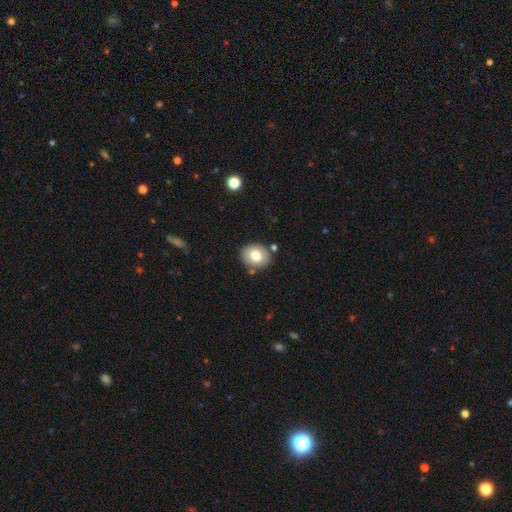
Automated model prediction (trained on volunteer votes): smooth-or-featured: smooth: 75% | featured or disk: 16% | star or artifact: 9%
  how-rounded: round: 52% | in between: 48% | cigar-shaped: 1%
  merging: none: 82% | minor disturbance: 10% | merger: 5% | major disturbance: 3%